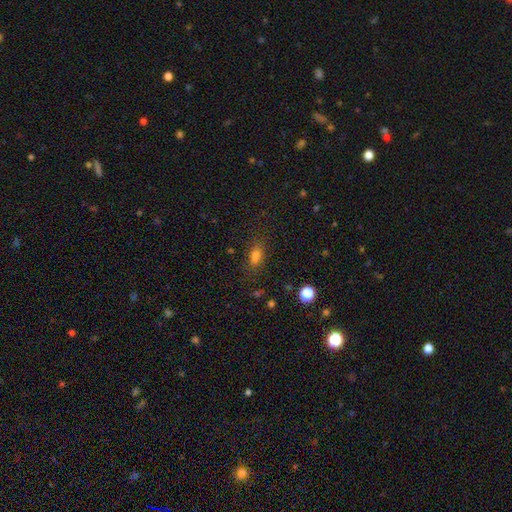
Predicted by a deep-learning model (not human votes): A smooth galaxy with no disk features (71%) that is in between round and cigar-shaped (71%). Merging: none (69%).